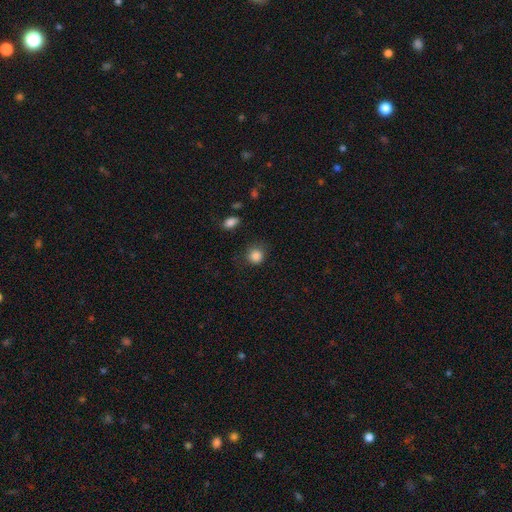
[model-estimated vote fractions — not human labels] Smooth or featured? Predicted: smooth (p=0.87). How rounded? Predicted: round (p=0.88). Merging? Predicted: none (p=0.79).